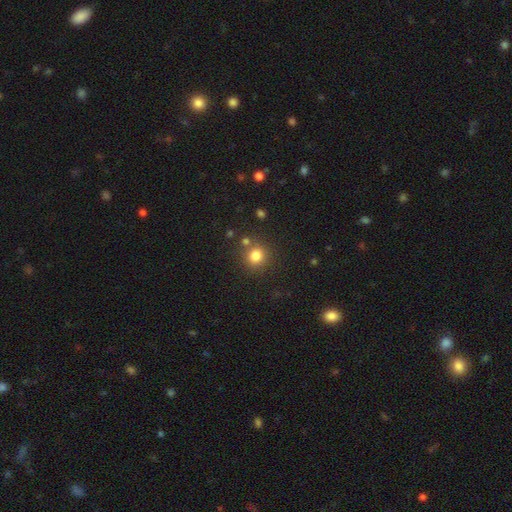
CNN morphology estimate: Smooth or featured?
  - smooth: 80% *
  - star or artifact: 14%
  - featured or disk: 6%
How rounded?
  - round: 90% *
  - in between: 9%
  - cigar-shaped: 1%
Merging?
  - none: 78% *
  - merger: 10%
  - minor disturbance: 9%
  - major disturbance: 3%